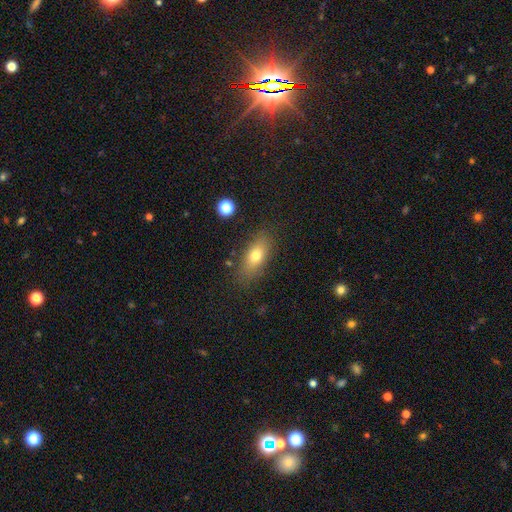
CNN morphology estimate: smooth 72%, featured or disk 19%, star or artifact 10%. Down the decision tree: how rounded — in between (77%); merging — none (82%).